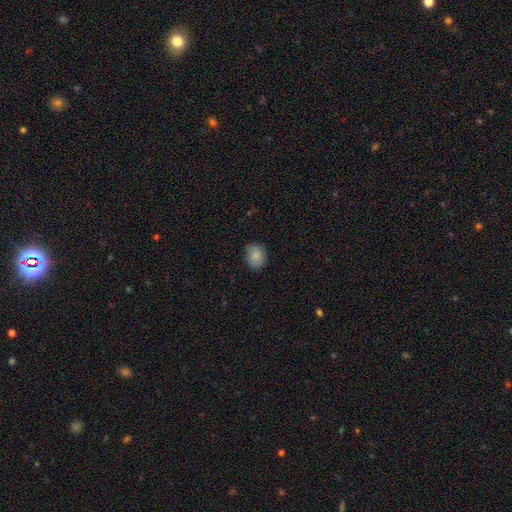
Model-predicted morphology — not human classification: Smooth or featured?
  - smooth: 84% *
  - star or artifact: 8%
  - featured or disk: 8%
How rounded?
  - in between: 52% *
  - round: 47%
  - cigar-shaped: 1%
Merging?
  - none: 74% *
  - minor disturbance: 21%
  - major disturbance: 4%
  - merger: 1%